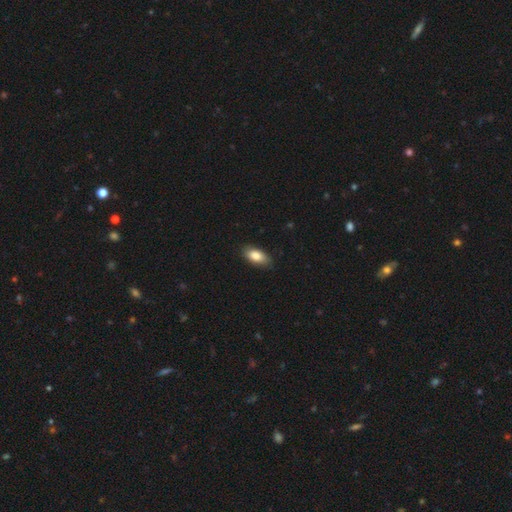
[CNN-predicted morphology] Overall: smooth (85%). How rounded: in between (90%). Merging: none (85%).